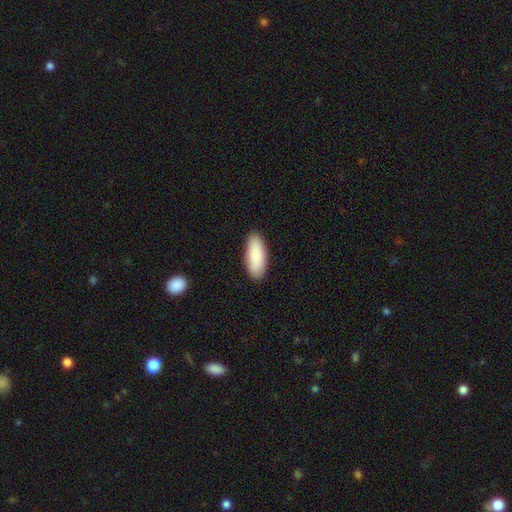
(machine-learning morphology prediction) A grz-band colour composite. It shows a smooth galaxy with no disk features (90%) that is in between round and cigar-shaped (78%). Merging: none (89%).